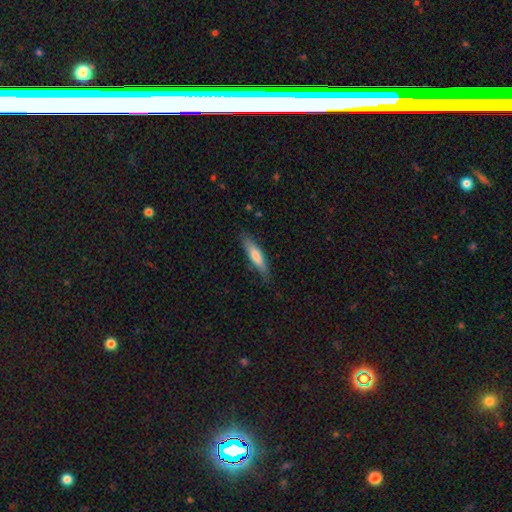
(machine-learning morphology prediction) A smooth galaxy with no disk features (69%) that is cigar-shaped (76%).

Vote fractions:
- Smooth or featured? smooth: 69% / featured or disk: 26% / star or artifact: 6%
- How rounded? cigar-shaped: 76% / in between: 23% / round: 1%
- Merging? none: 81% / minor disturbance: 15% / major disturbance: 3% / merger: 1%